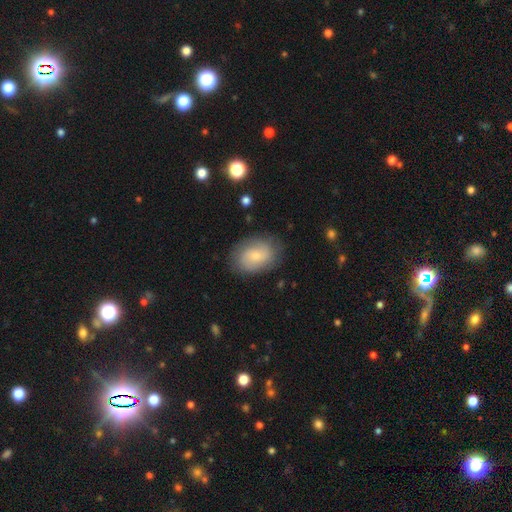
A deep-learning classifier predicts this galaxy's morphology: Overall: smooth (46%, tied with featured or disk). Merging: none (80%).